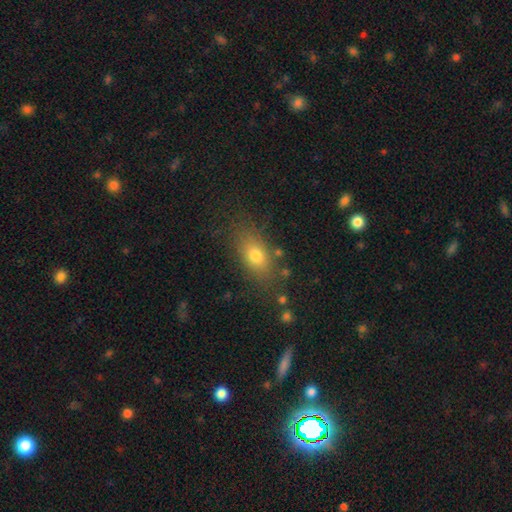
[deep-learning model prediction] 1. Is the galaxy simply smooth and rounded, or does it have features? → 74% smooth, 15% featured or disk, 12% star or artifact.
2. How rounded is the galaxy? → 77% in between, 14% round, 9% cigar-shaped.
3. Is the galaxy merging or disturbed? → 78% none, 14% minor disturbance, 5% major disturbance, 3% merger.